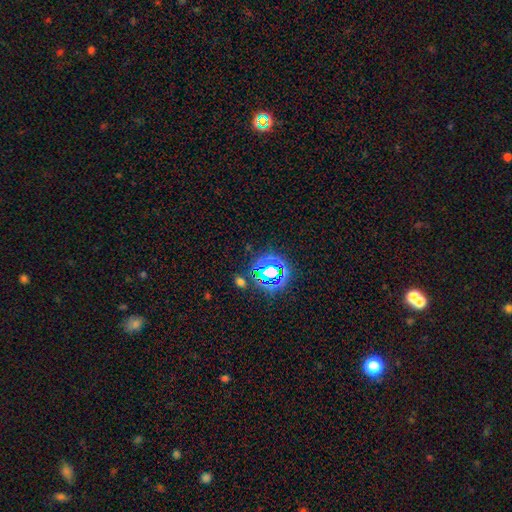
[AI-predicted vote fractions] Q: Smooth or featured?
A: star or artifact (72%); runner-up: smooth (20%)